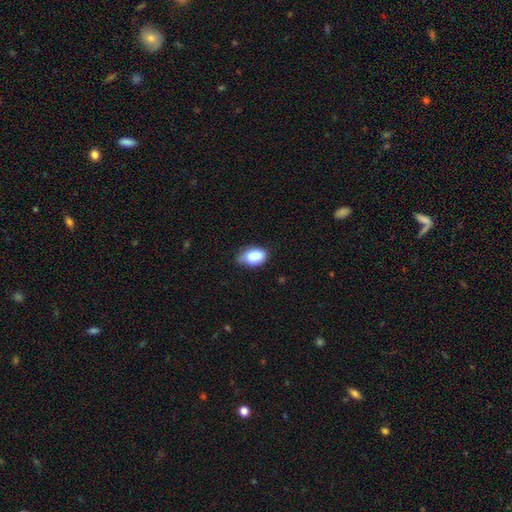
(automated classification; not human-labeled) This appears to be a smooth galaxy with no disk features (84%) that is in between round and cigar-shaped (87%). Merging: none (55%).